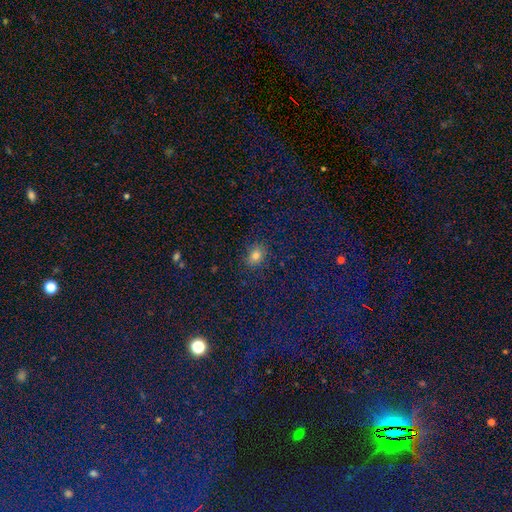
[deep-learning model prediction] Q: Smooth or featured?
A: smooth (75%); runner-up: star or artifact (17%)
Q: How rounded?
A: in between (53%); runner-up: round (46%)
Q: Merging?
A: none (84%); runner-up: minor disturbance (11%)